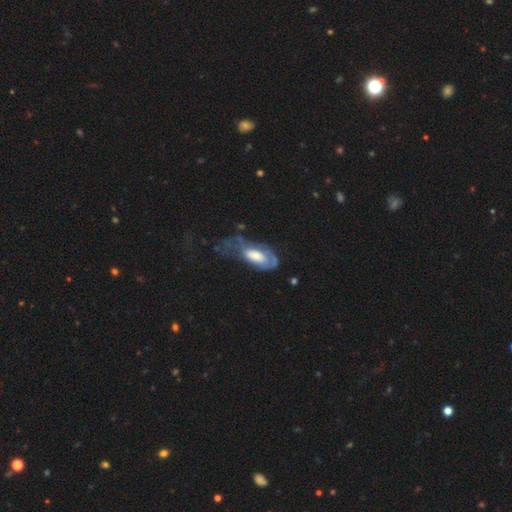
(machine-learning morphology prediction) Smooth or featured? featured or disk (52%)
Edge-on disk? no (90%)
Merging? major disturbance (46%)